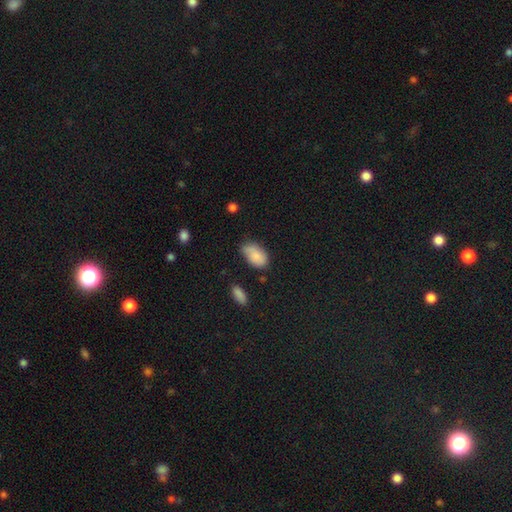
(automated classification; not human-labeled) Smooth or featured? Predicted: smooth (p=0.83). How rounded? Predicted: in between (p=0.92). Merging? Predicted: none (p=0.52).